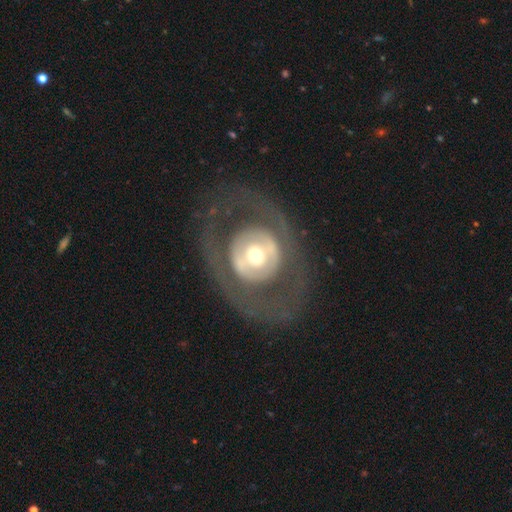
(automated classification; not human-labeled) This is likely a featured or disk galaxy (67%). It is clearly not viewed edge-on (94%). Bar: likely no (69%). Spiral arm pattern: likely no (78%). Central bulge: likely moderate (63%). Merging: likely none (74%).